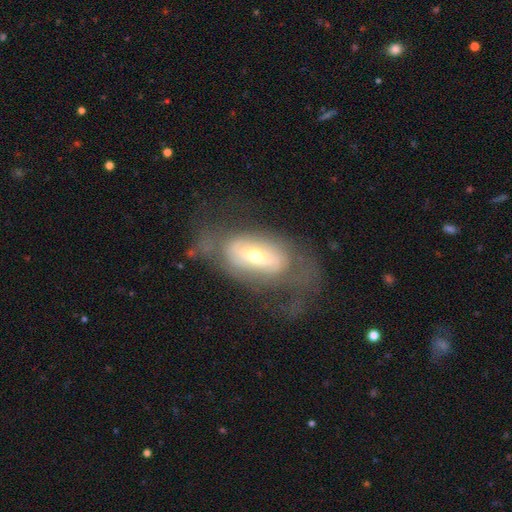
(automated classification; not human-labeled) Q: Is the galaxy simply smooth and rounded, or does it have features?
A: featured or disk — 62%.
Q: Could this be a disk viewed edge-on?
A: no — 88%.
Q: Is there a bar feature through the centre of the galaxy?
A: no — 56%.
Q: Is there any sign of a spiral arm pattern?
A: no — 57%.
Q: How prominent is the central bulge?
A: moderate — 49%.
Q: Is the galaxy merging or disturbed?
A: none — 41%.